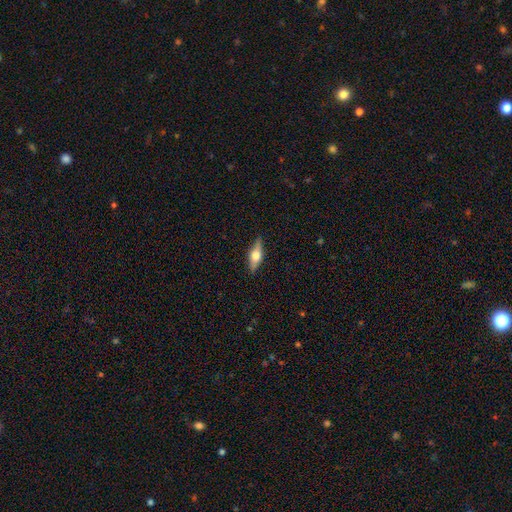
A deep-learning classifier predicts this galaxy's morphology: Overall: featured or disk (58%; smooth 35%). Edge-on disk: yes (94%). Edge-on bulge: rounded (94%). Merging: none (88%).